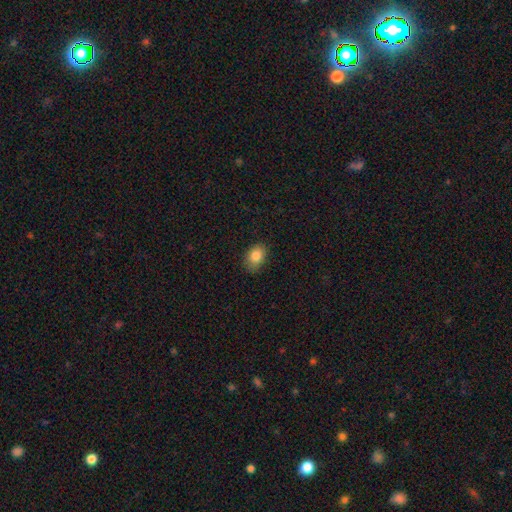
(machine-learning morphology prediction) The model was most divided on "how rounded": in between: 77%, round: 22%, cigar-shaped: 1%. More confident: smooth or featured — smooth (83%); merging — none (81%).